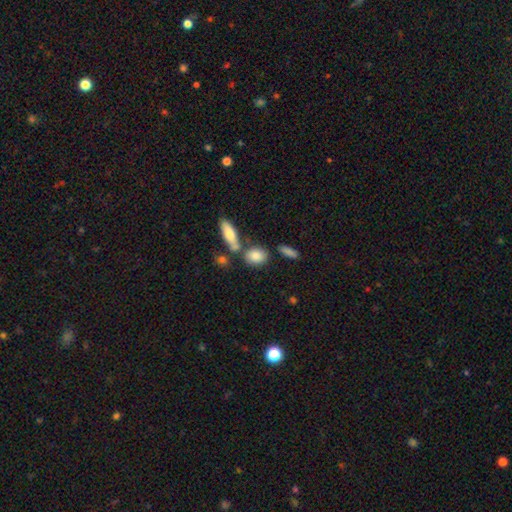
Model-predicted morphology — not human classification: A smooth galaxy with no disk features (84%) that is in between round and cigar-shaped (68%). Merging: none (62%).